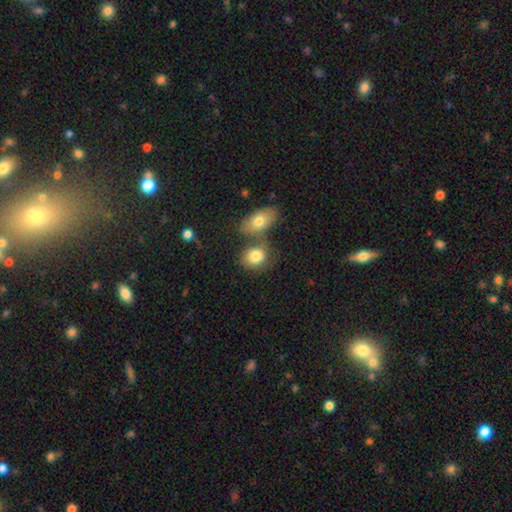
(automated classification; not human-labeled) A smooth galaxy with no disk features (79%) that is in between round and cigar-shaped (56%).

Vote fractions:
- Smooth or featured? smooth: 79% / featured or disk: 13% / star or artifact: 8%
- How rounded? in between: 56% / round: 43% / cigar-shaped: 2%
- Merging? none: 42% / merger: 41% / minor disturbance: 12% / major disturbance: 5%